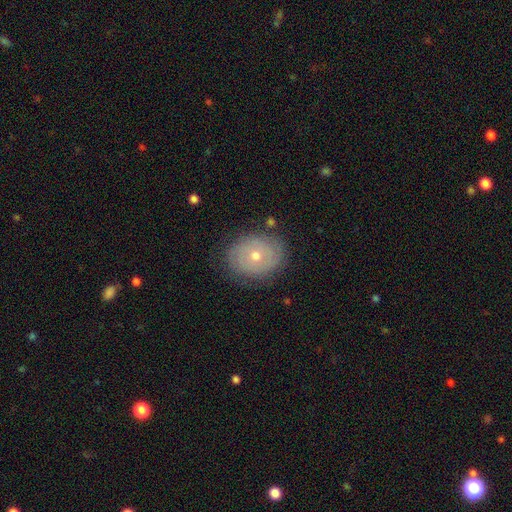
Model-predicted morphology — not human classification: Smooth or featured? Predicted: featured or disk (p=0.56). Edge-on disk? Predicted: no (p=0.95). Bar? Predicted: no (p=0.89). Spiral arms? Predicted: yes (p=0.57). Bulge size? Predicted: moderate (p=0.52). Merging? Predicted: none (p=0.80).